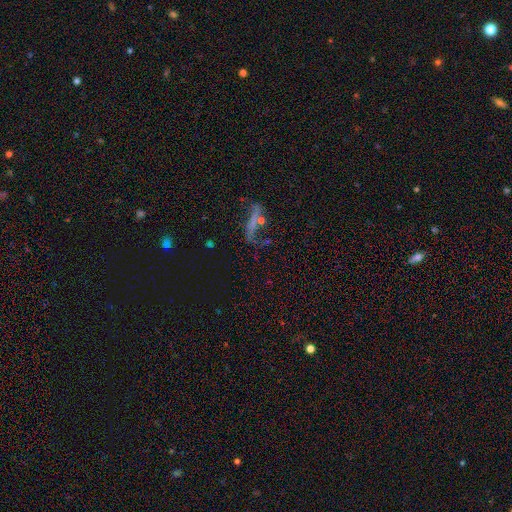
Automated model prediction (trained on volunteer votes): Smooth or featured?
  - smooth: 36% *
  - star or artifact: 35%
  - featured or disk: 29%
Merging?
  - none: 53% *
  - major disturbance: 17%
  - minor disturbance: 16%
  - merger: 15%